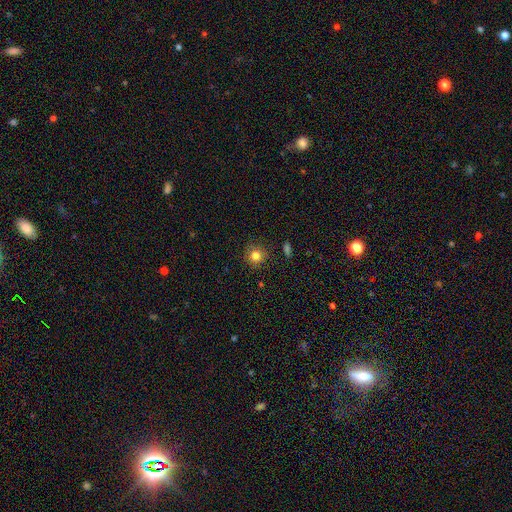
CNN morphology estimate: Q: Smooth or featured?
A: smooth (81%); runner-up: star or artifact (12%)
Q: How rounded?
A: round (91%); runner-up: in between (8%)
Q: Merging?
A: none (86%); runner-up: minor disturbance (10%)